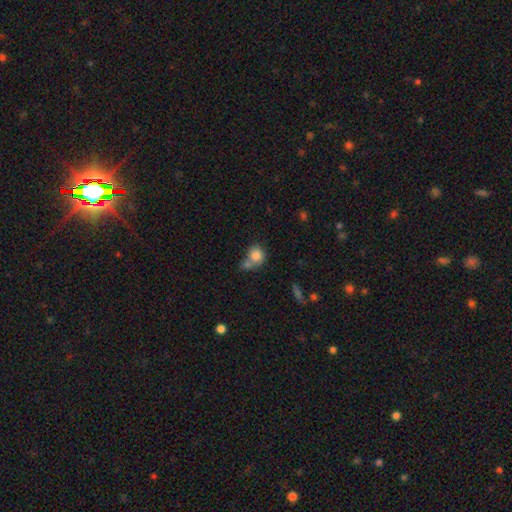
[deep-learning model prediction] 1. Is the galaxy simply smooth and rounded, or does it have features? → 80% smooth, 11% featured or disk, 9% star or artifact.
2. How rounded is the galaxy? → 75% round, 24% in between, 1% cigar-shaped.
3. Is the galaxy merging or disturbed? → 45% merger, 35% none, 13% minor disturbance, 7% major disturbance.